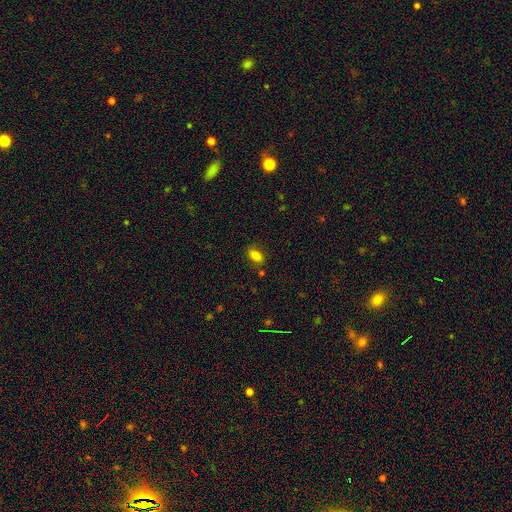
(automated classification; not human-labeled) A smooth galaxy with no disk features (82%) that is in between round and cigar-shaped (85%).

Vote fractions:
- Smooth or featured? smooth: 82% / star or artifact: 11% / featured or disk: 7%
- How rounded? in between: 85% / round: 13% / cigar-shaped: 3%
- Merging? none: 81% / minor disturbance: 12% / merger: 4% / major disturbance: 3%